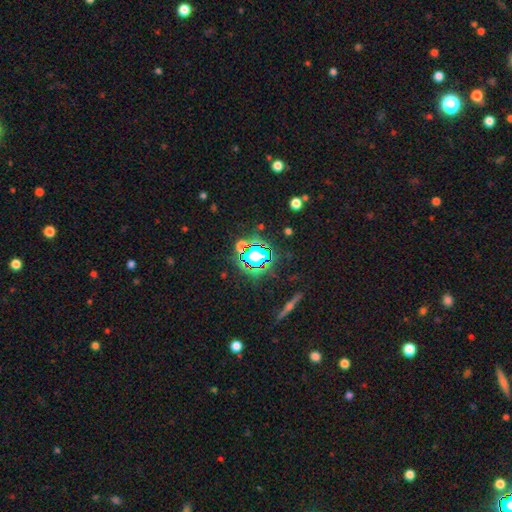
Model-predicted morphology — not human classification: smooth-or-featured: star or artifact: 63% | smooth: 23% | featured or disk: 13%